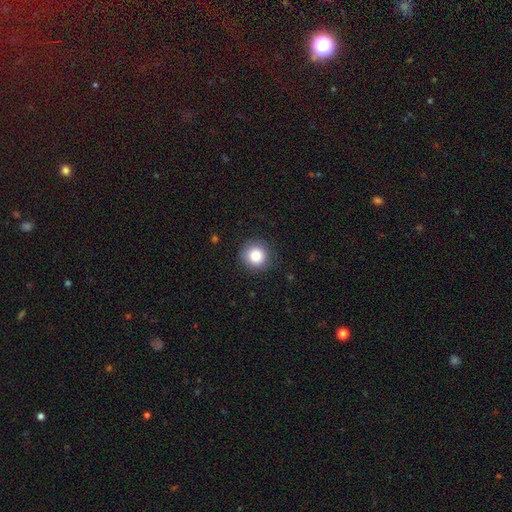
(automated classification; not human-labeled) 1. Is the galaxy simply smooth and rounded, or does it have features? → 84% smooth, 10% star or artifact, 6% featured or disk.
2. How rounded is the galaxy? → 93% round, 6% in between, 1% cigar-shaped.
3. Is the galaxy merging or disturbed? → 86% none, 10% minor disturbance, 3% major disturbance, 1% merger.